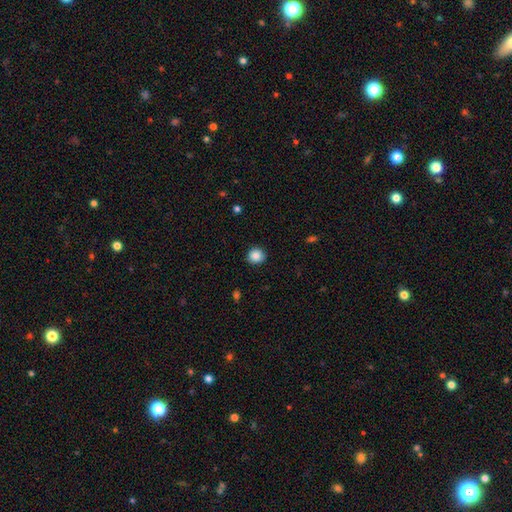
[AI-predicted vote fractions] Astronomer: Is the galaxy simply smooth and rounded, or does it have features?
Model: smooth — 87%.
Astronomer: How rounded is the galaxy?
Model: round — 88%.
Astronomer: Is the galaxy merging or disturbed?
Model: none — 88%.